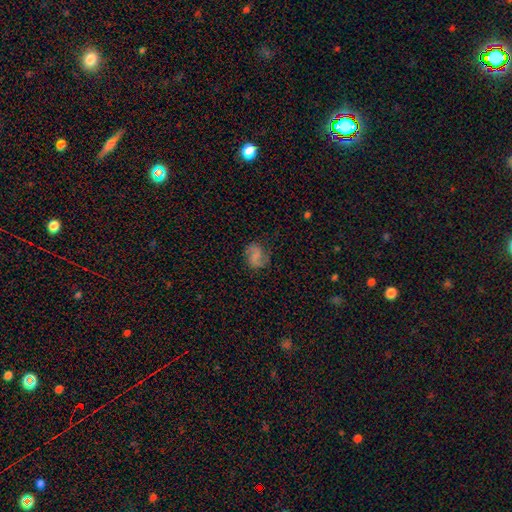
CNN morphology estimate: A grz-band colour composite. It shows a featured or disk galaxy (59%) with no bar (44%), 2 (88%) loose (45%) spiral arms (92%) and no central bulge (61%). Merging: none (75%).